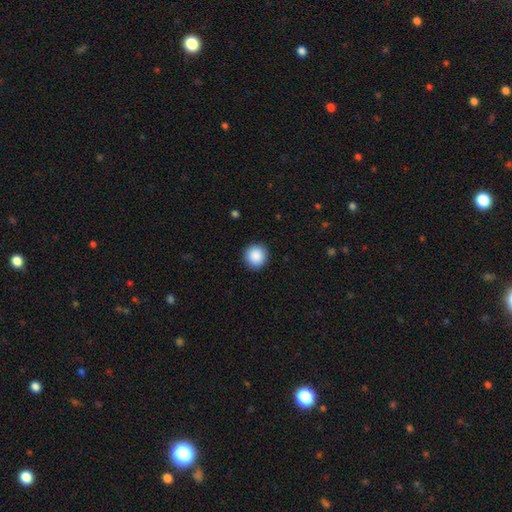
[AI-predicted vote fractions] A smooth galaxy with no disk features (89%) that is round (94%).

Vote fractions:
- Smooth or featured? smooth: 89% / star or artifact: 8% / featured or disk: 3%
- How rounded? round: 94% / in between: 5% / cigar-shaped: 1%
- Merging? none: 92% / minor disturbance: 5% / major disturbance: 2% / merger: 1%